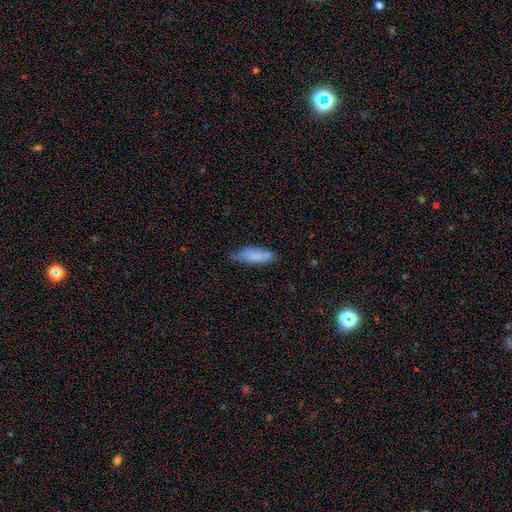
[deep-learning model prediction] A smooth galaxy with no disk features (77%) that is cigar-shaped (51%). Merging: none (57%).